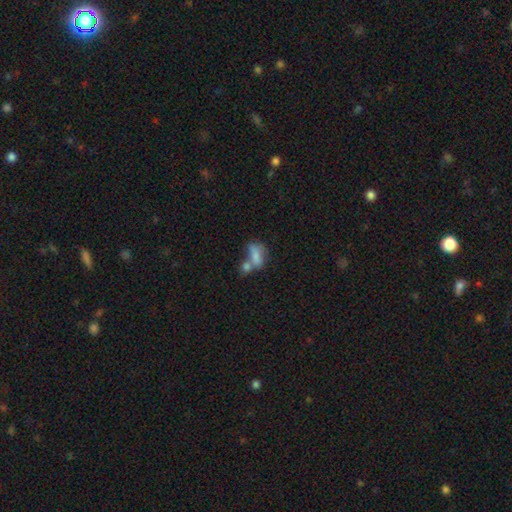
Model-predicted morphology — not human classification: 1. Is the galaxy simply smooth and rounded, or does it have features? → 71% smooth, 19% featured or disk, 10% star or artifact.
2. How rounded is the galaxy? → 80% in between, 11% cigar-shaped, 10% round.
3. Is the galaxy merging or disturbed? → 54% merger, 24% none, 12% minor disturbance, 9% major disturbance.